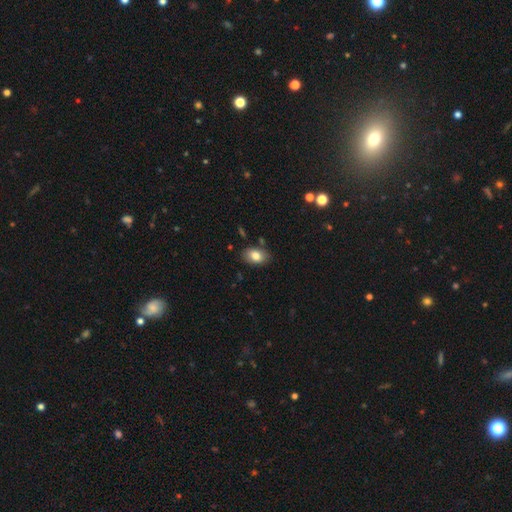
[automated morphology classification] Q: Smooth or featured?
A: smooth (80%); runner-up: featured or disk (12%)
Q: How rounded?
A: in between (85%); runner-up: round (13%)
Q: Merging?
A: none (80%); runner-up: minor disturbance (14%)